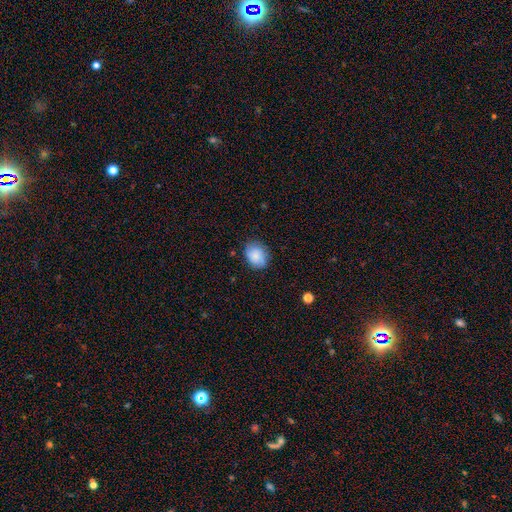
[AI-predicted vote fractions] smooth-or-featured: smooth: 84% | featured or disk: 9% | star or artifact: 7%
  how-rounded: in between: 57% | round: 42% | cigar-shaped: 1%
  merging: none: 78% | minor disturbance: 17% | major disturbance: 4% | merger: 1%